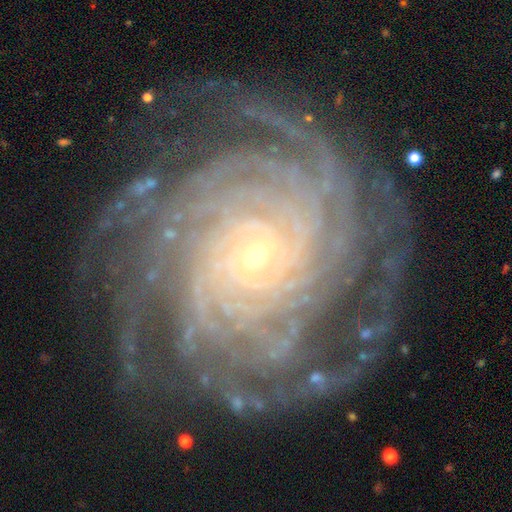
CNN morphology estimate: Q: Smooth or featured?
A: featured or disk (92%); runner-up: star or artifact (5%)
Q: Edge-on disk?
A: no (98%); runner-up: yes (2%)
Q: Bar?
A: no (69%); runner-up: weak (20%)
Q: Spiral arms?
A: yes (99%); runner-up: no (1%)
Q: Spiral winding?
A: tight (85%); runner-up: medium (13%)
Q: Spiral arm count?
A: more than 4 (35%); runner-up: 4 (20%)
Q: Bulge size?
A: small (84%); runner-up: moderate (12%)
Q: Merging?
A: none (78%); runner-up: minor disturbance (14%)